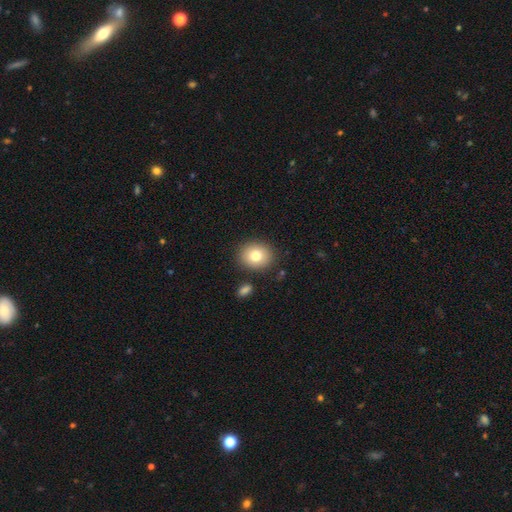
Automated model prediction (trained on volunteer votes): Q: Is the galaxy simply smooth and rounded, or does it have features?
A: smooth — 78%.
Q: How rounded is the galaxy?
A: round — 68%.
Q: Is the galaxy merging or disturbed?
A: none — 86%.